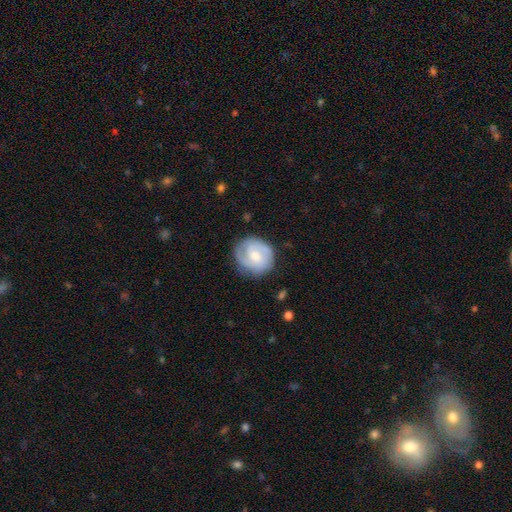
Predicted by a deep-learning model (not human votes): A featured or disk galaxy (56%) with no bar (58%), spiral arms (81%) and a moderate central bulge (59%).

Vote fractions:
- Smooth or featured? featured or disk: 56% / smooth: 38% / star or artifact: 6%
- Edge-on disk? no: 98% / yes: 2%
- Bar? no: 58% / weak: 36% / strong: 6%
- Spiral arms? yes: 81% / no: 19%
- Bulge size? moderate: 59% / small: 32% / large: 5% / none: 2% / dominant: 1%
- Merging? none: 75% / minor disturbance: 18% / major disturbance: 6% / merger: 1%